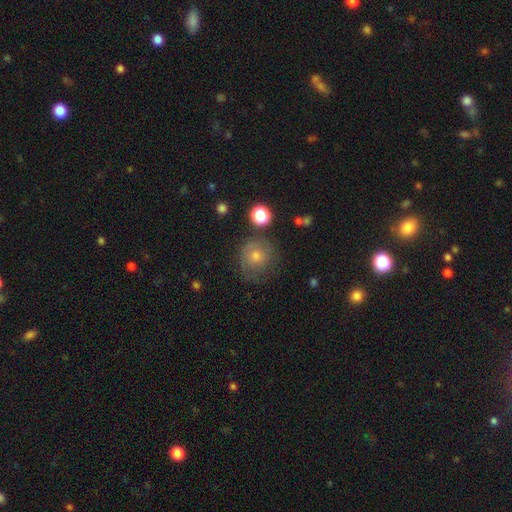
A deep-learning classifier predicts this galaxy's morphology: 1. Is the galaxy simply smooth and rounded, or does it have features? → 44% smooth, 40% featured or disk, 16% star or artifact.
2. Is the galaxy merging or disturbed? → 73% none, 17% minor disturbance, 8% major disturbance, 2% merger.